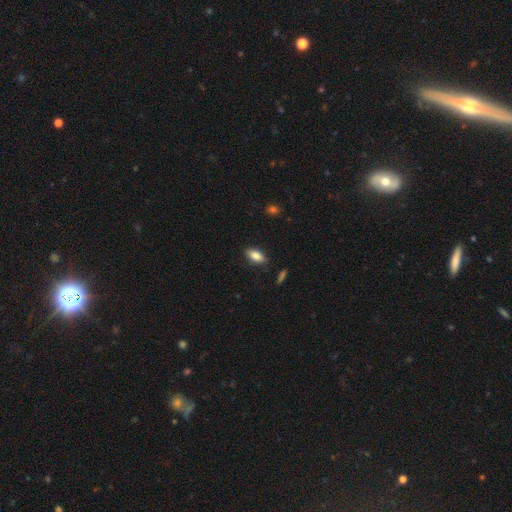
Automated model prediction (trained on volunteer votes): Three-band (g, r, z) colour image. It shows a smooth galaxy with no disk features (83%) that is in between round and cigar-shaped (87%). Merging: none (84%).